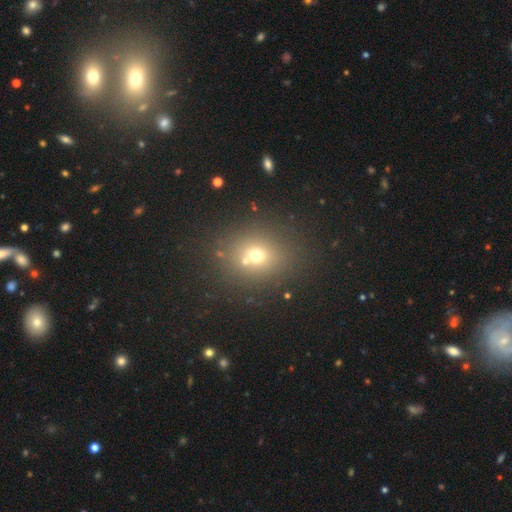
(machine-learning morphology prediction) smooth 63%, star or artifact 22%, featured or disk 15%. Down the decision tree: how rounded — round (74%); merging — none (69%).